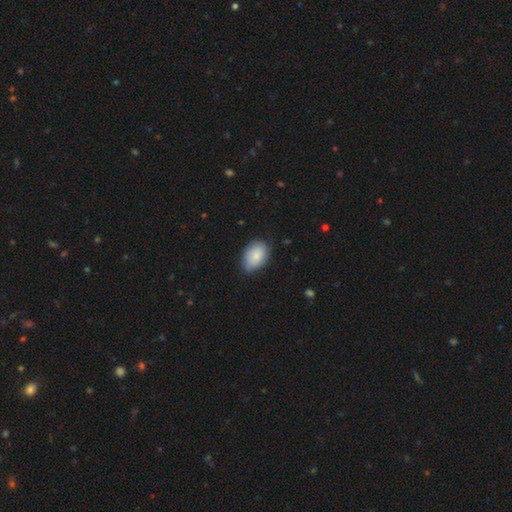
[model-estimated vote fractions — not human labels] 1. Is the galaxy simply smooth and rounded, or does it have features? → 83% smooth, 10% featured or disk, 7% star or artifact.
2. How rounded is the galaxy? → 82% in between, 17% round, 1% cigar-shaped.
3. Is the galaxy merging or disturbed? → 70% none, 25% minor disturbance, 4% major disturbance, 1% merger.